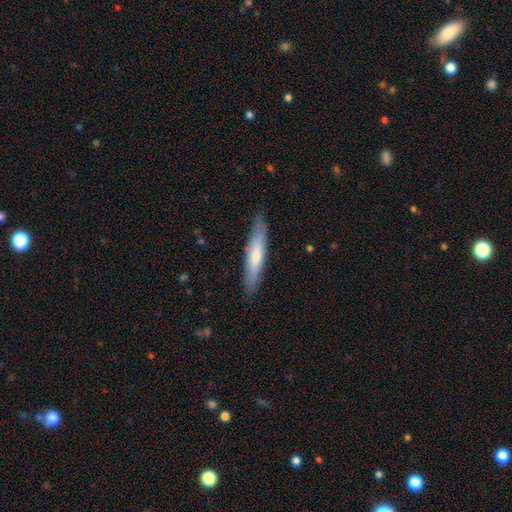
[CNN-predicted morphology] Smooth or featured? smooth (63%)
How rounded? cigar-shaped (88%)
Merging? none (87%)